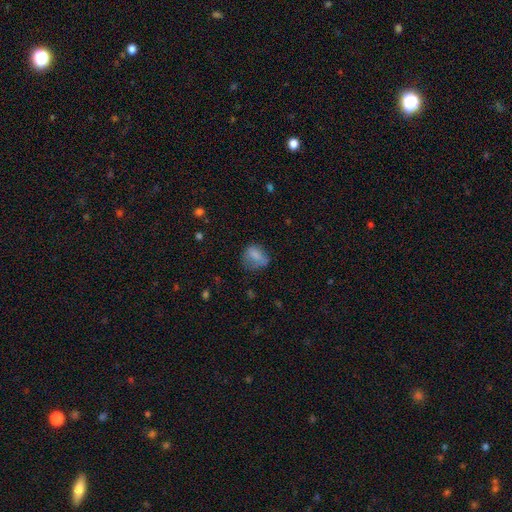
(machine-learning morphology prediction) Overall: smooth (73%). How rounded: in between (52%; round 46%). Merging: none (49%; minor disturbance 29%).